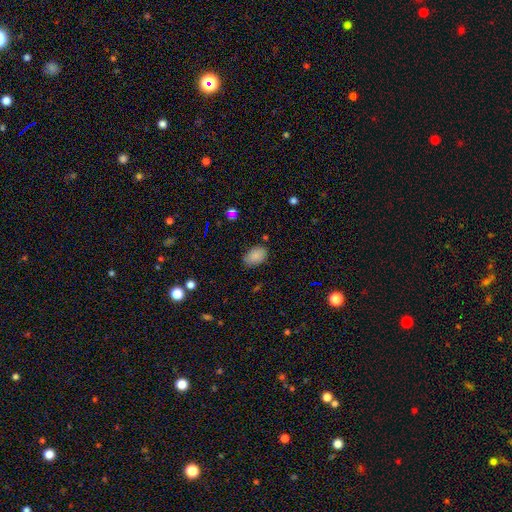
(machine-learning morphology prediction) Q: Smooth or featured?
A: smooth (86%); runner-up: star or artifact (9%)
Q: How rounded?
A: in between (88%); runner-up: round (10%)
Q: Merging?
A: none (79%); runner-up: minor disturbance (17%)